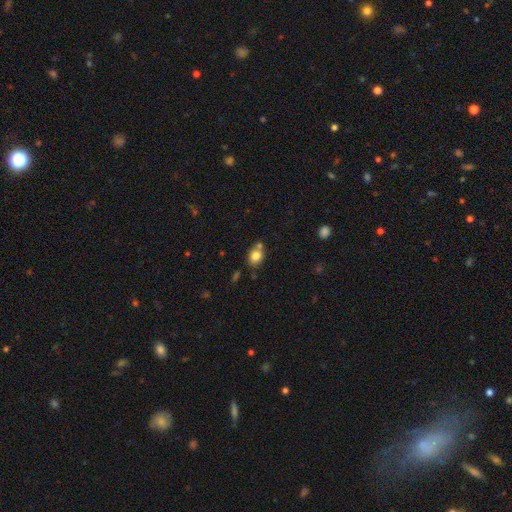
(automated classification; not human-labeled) smooth 80%, featured or disk 10%, star or artifact 10%. Down the decision tree: how rounded — in between (59%); merging — none (61%).